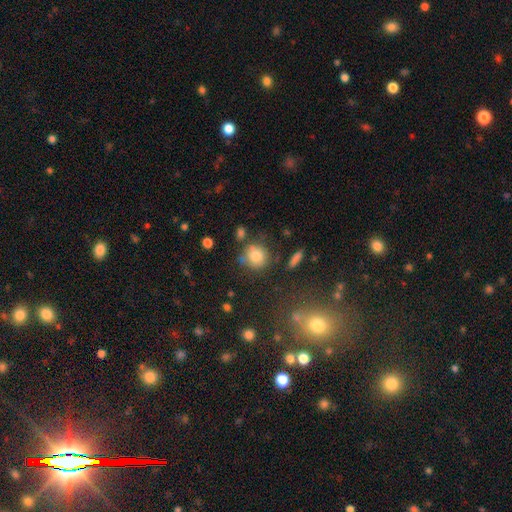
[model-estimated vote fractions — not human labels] This is likely a smooth galaxy (78%). How rounded: clearly round (82%). Merging: likely none (65%).